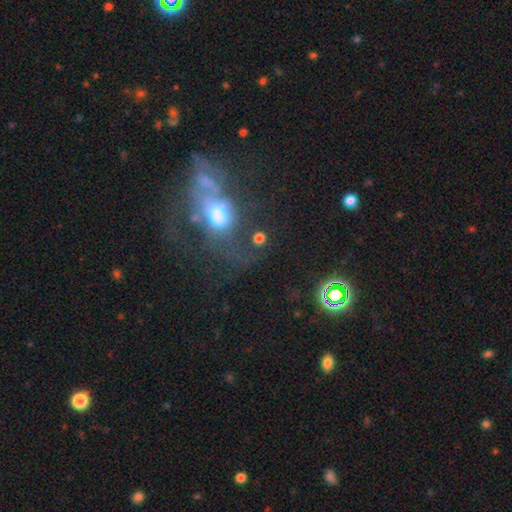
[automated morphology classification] smooth-or-featured: featured or disk: 44% | smooth: 29% | star or artifact: 26%
  merging: major disturbance: 31% (tied) | none: 31% (tied) | merger: 24% | minor disturbance: 14%